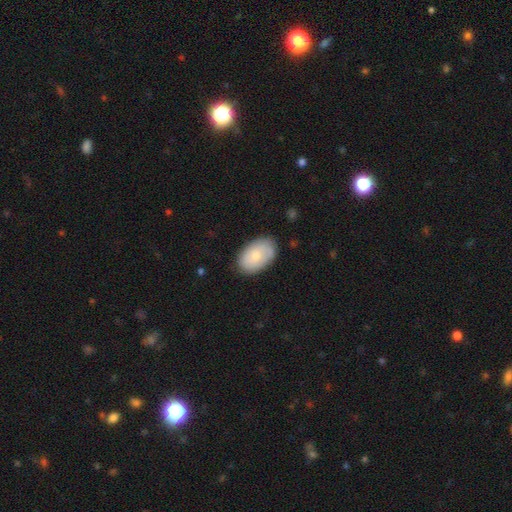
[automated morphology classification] type=smooth (68%); roundness=in between (92%); merging=none (82%).